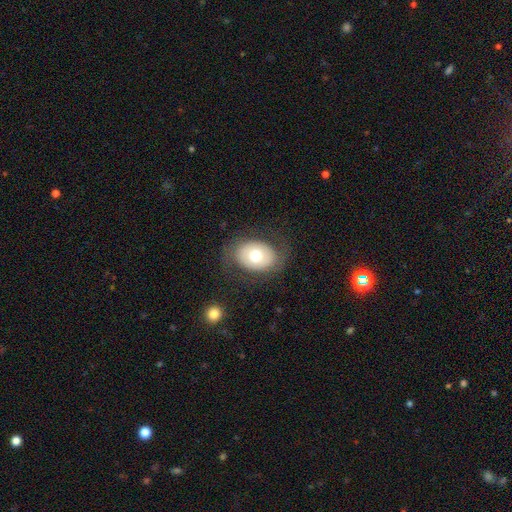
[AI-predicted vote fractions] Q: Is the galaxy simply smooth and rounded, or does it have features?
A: smooth — 64%.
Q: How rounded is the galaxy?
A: in between — 65%.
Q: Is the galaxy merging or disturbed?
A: none — 78%.